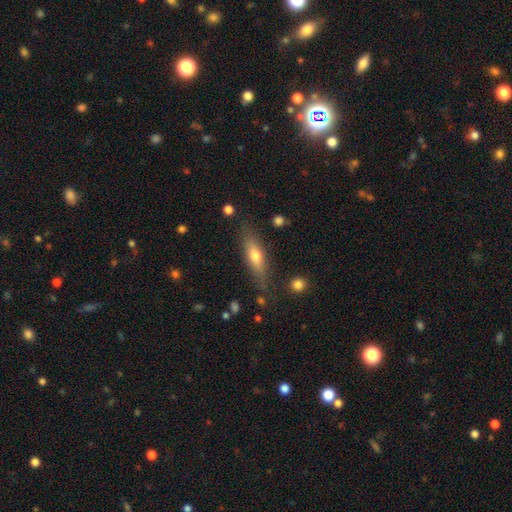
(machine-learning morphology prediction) type=smooth (59%); roundness=cigar-shaped (59%); merging=none (77%).